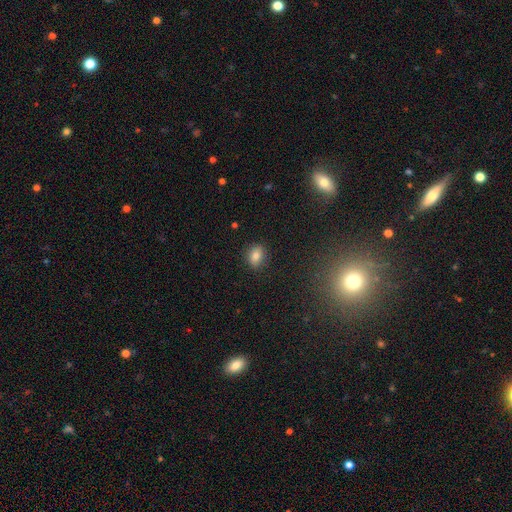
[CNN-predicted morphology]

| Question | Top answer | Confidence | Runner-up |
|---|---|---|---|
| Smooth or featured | smooth | 80% | star or artifact (11%) |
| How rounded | in between | 59% | round (39%) |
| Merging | none | 86% | minor disturbance (10%) |